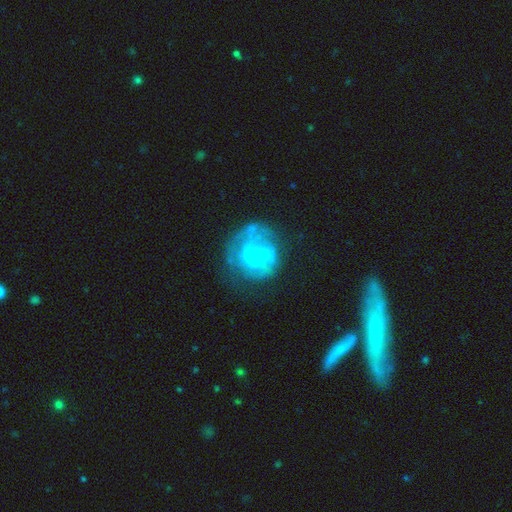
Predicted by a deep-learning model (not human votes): smooth-or-featured: featured or disk: 68% | smooth: 23% | star or artifact: 8%
  disk-edge-on: no: 98% | yes: 2%
    bar: no: 66% | weak: 27% | strong: 6%
    has-spiral-arms: yes: 64% | no: 36%
    bulge-size: none: 45% | small: 36% | moderate: 14% | large: 3% | dominant: 1%
  merging: none: 48% | major disturbance: 27% | minor disturbance: 21% | merger: 4%